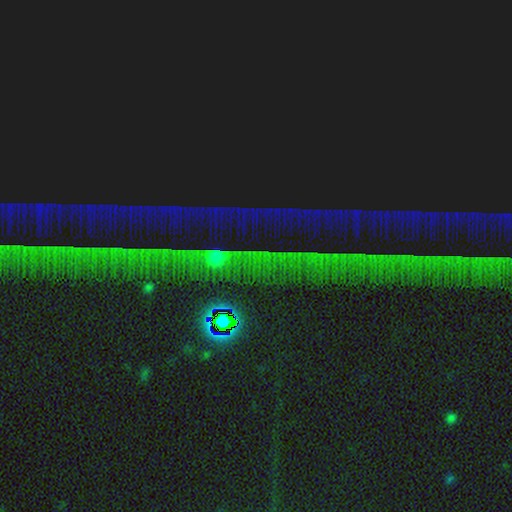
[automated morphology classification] This appears to be a star or artifact, not a galaxy (87%).